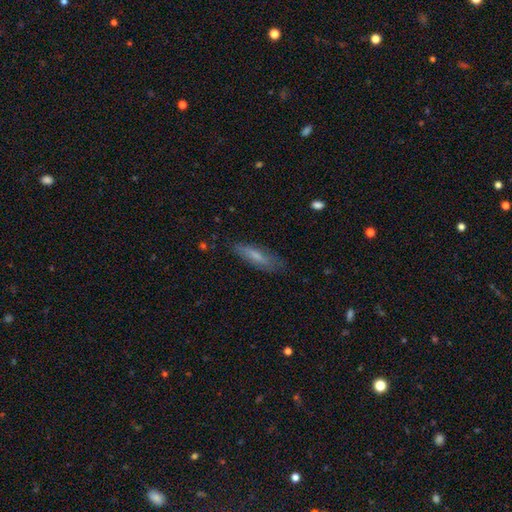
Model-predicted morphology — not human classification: Overall: smooth (67%). How rounded: cigar-shaped (66%; in between 32%). Merging: none (77%).